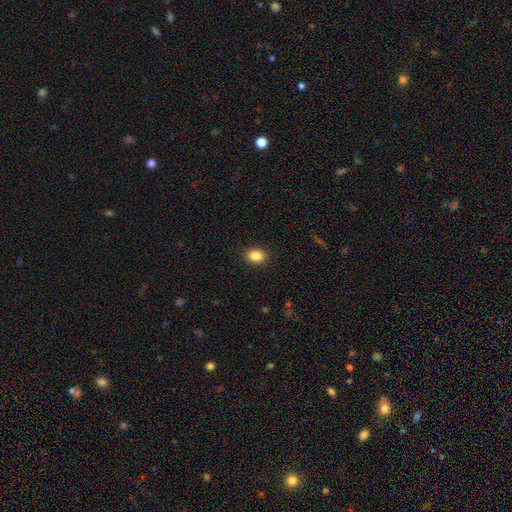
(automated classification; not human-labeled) The model was most divided on "how rounded": in between: 61%, round: 38%, cigar-shaped: 1%. More confident: merging — none (89%); smooth or featured — smooth (87%).